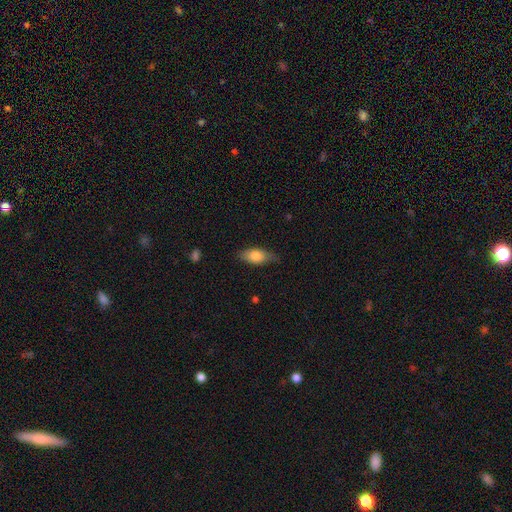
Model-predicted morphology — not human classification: Smooth or featured: smooth — 75% (featured or disk — 19%)
How rounded: in between — 82% (cigar-shaped — 14%)
Merging: none — 70% (minor disturbance — 24%)